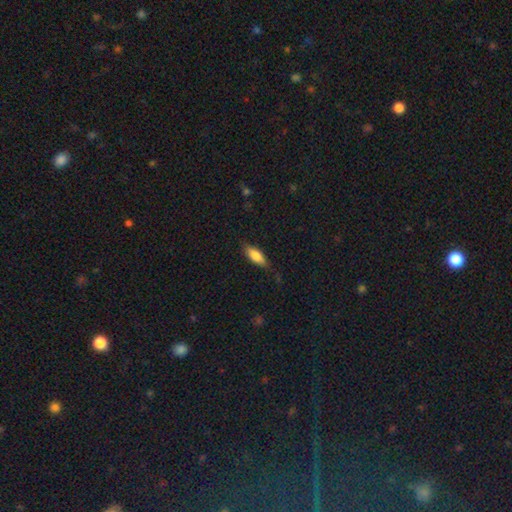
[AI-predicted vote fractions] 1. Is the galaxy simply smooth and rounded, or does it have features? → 78% smooth, 16% featured or disk, 7% star or artifact.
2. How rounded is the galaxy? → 68% in between, 30% cigar-shaped, 2% round.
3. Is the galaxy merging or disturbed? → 78% none, 17% minor disturbance, 4% major disturbance, 1% merger.